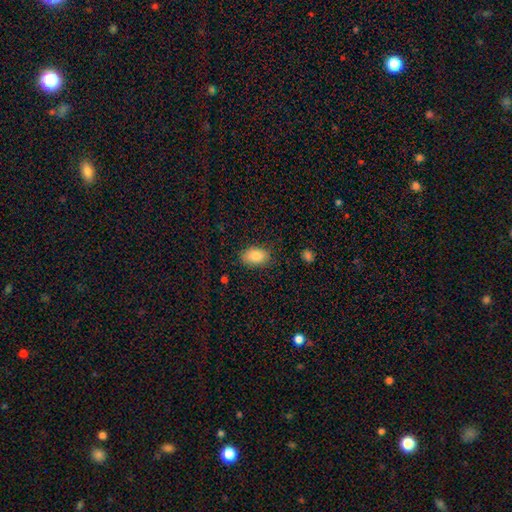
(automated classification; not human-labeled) Morphology: type=smooth (86%); roundness=in between (90%); merging=none (84%).